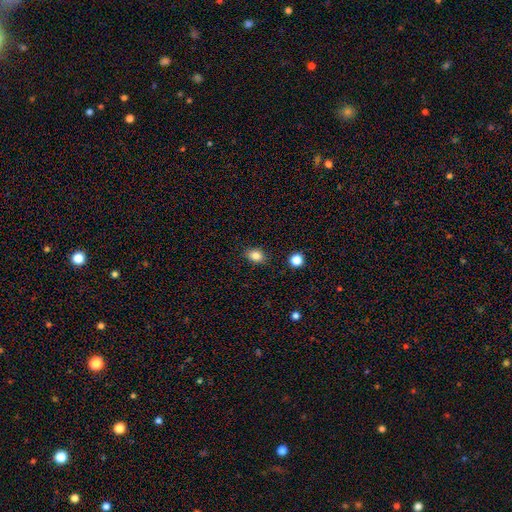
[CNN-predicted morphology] A smooth galaxy with no disk features (84%) that is in between round and cigar-shaped (63%).

Vote fractions:
- Smooth or featured? smooth: 84% / star or artifact: 11% / featured or disk: 6%
- How rounded? in between: 63% / round: 36% / cigar-shaped: 1%
- Merging? none: 86% / minor disturbance: 10% / major disturbance: 2% / merger: 2%